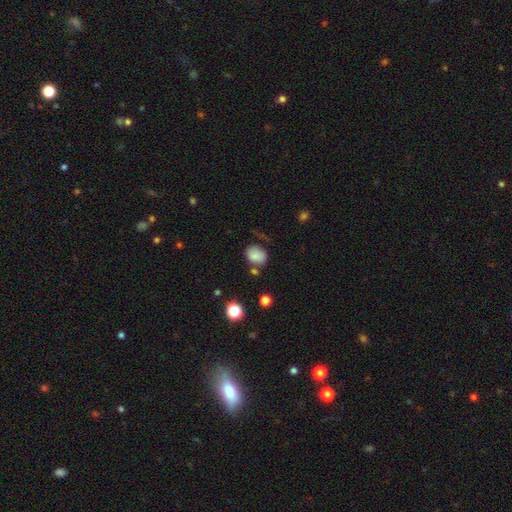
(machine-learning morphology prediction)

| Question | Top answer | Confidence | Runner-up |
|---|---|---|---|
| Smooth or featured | smooth | 79% | star or artifact (11%) |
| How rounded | in between | 57% | round (42%) |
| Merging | none | 61% | minor disturbance (21%) |